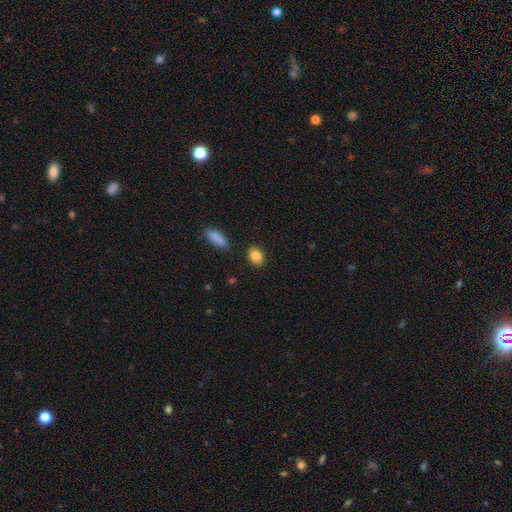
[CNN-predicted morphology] A smooth galaxy with no disk features (85%) that is in between round and cigar-shaped (73%). Merging: none (87%).